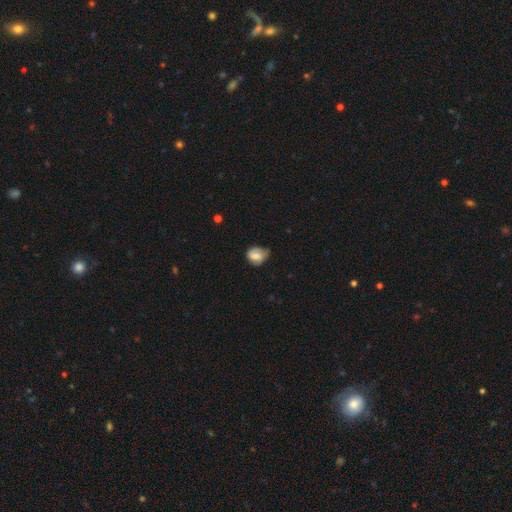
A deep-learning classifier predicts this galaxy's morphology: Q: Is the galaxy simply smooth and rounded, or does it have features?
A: smooth — 62%.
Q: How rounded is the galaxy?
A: in between — 51%.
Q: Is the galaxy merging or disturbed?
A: none — 52%.